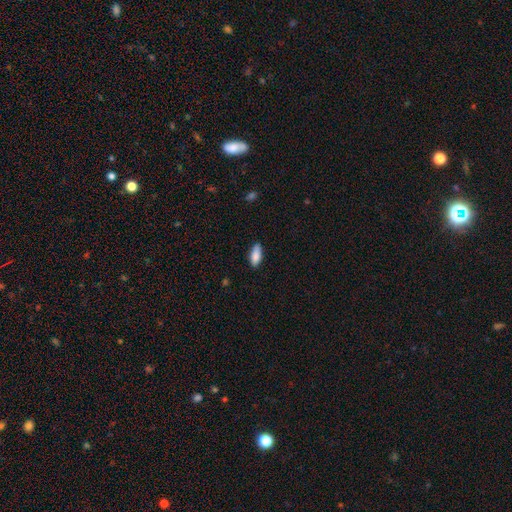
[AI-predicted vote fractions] Overall: smooth (87%). How rounded: in between (80%). Merging: none (82%).